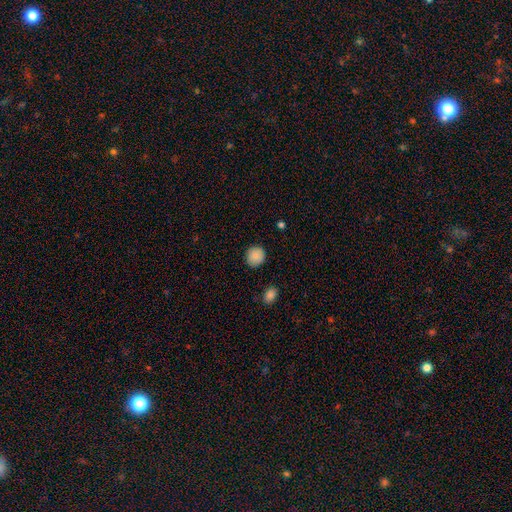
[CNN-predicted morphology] A smooth galaxy with no disk features (88%) that is round (90%). Merging: none (88%).